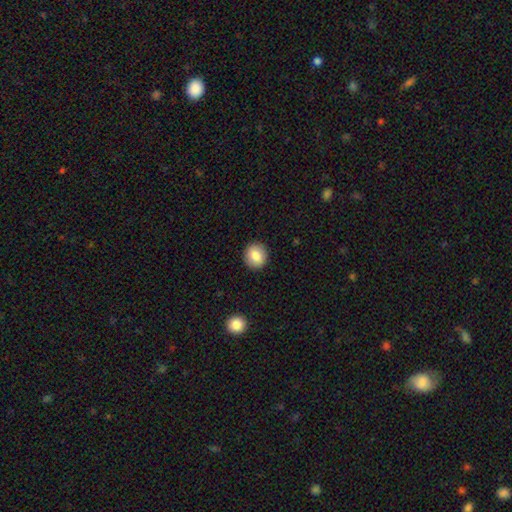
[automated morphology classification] smooth 83%, featured or disk 9%, star or artifact 8%. Down the decision tree: how rounded — round (84%); merging — none (91%).